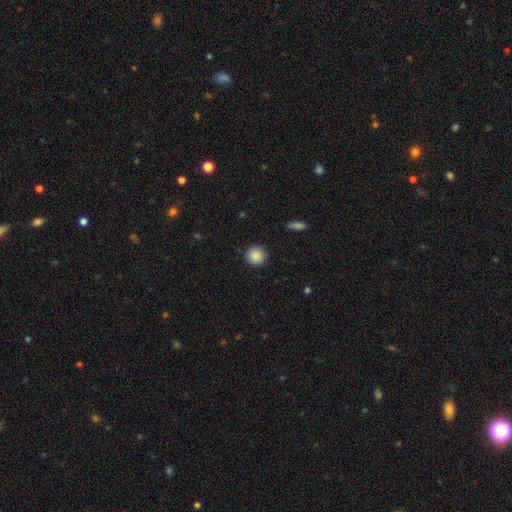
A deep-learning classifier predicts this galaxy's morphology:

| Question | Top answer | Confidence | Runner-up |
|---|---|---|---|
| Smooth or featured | smooth | 88% | star or artifact (9%) |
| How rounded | round | 93% | in between (6%) |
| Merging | none | 90% | minor disturbance (7%) |